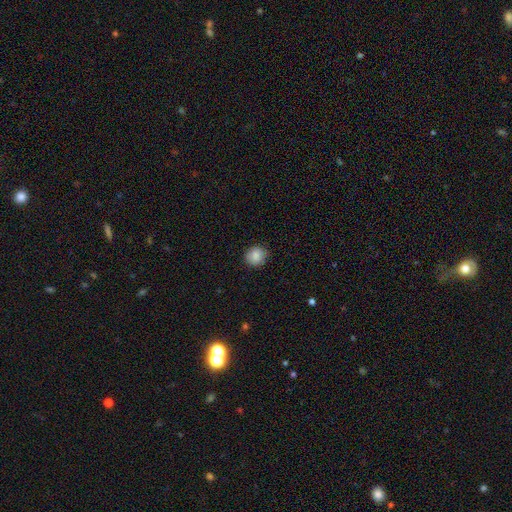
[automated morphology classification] A smooth galaxy with no disk features (86%) that is round (87%).

Vote fractions:
- Smooth or featured? smooth: 86% / star or artifact: 9% / featured or disk: 5%
- How rounded? round: 87% / in between: 12% / cigar-shaped: 1%
- Merging? none: 88% / minor disturbance: 9% / major disturbance: 2% / merger: 1%